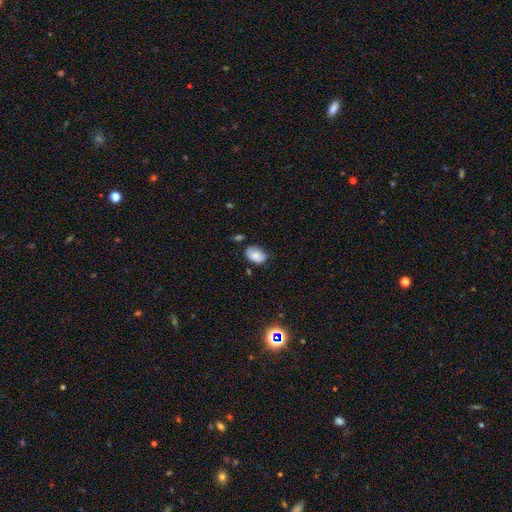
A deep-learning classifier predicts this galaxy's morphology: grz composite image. It shows a smooth galaxy with no disk features (81%) that is in between round and cigar-shaped (86%). Merging: none (67%).